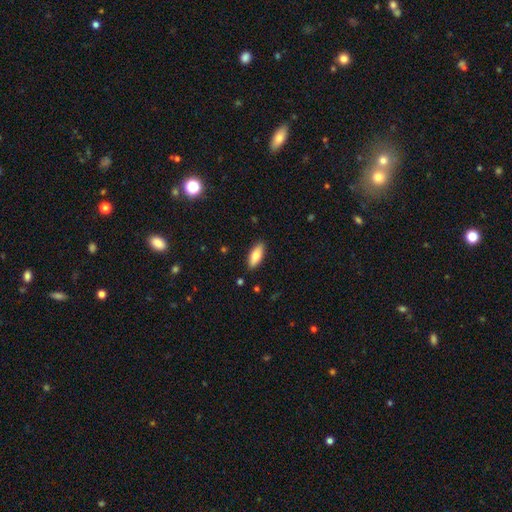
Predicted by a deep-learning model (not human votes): Smooth or featured? Predicted: smooth (p=0.77). How rounded? Predicted: in between (p=0.78). Merging? Predicted: none (p=0.88).